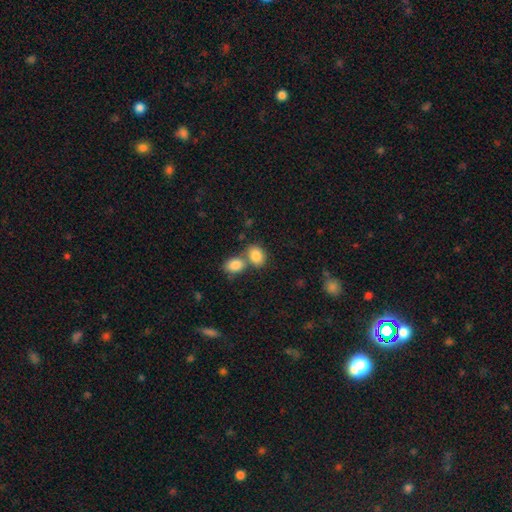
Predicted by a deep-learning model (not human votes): This is clearly a smooth galaxy (84%). How rounded: likely in between (70%). Merging: possibly merger (48%).